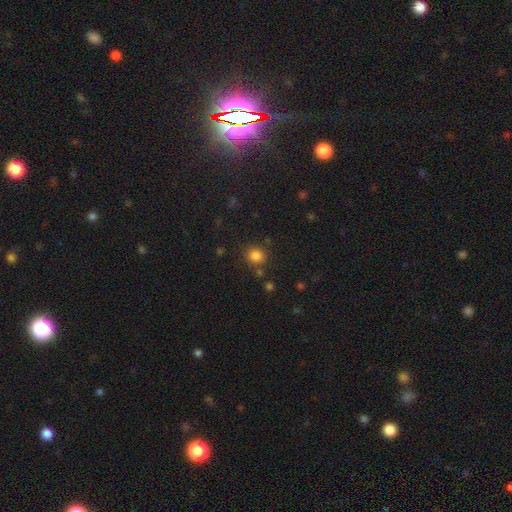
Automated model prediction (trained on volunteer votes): Smooth or featured? Predicted: smooth (p=0.83). How rounded? Predicted: round (p=0.86). Merging? Predicted: none (p=0.79).